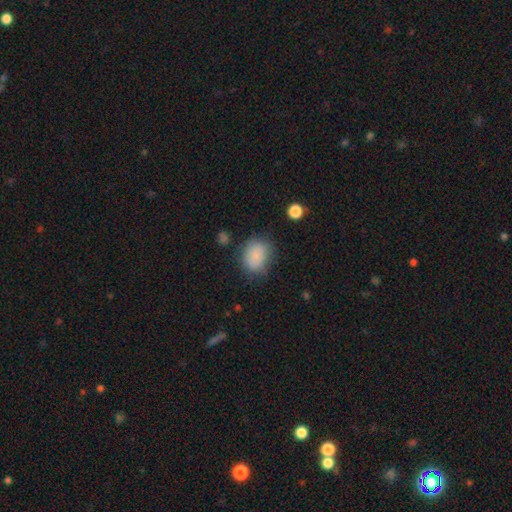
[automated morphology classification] A smooth galaxy with no disk features (85%) that is in between round and cigar-shaped (61%). Merging: none (72%).